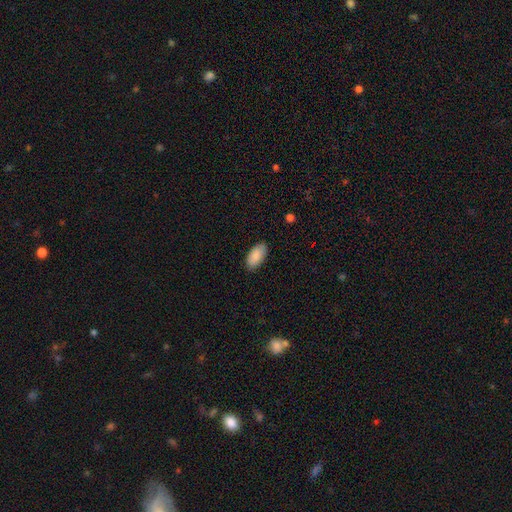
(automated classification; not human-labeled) Morphology: type=smooth (88%); roundness=in between (94%); merging=none (85%).